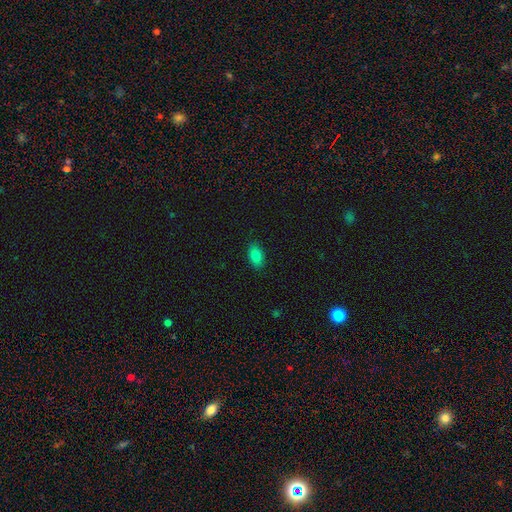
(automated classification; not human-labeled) Smooth or featured? smooth (84%)
How rounded? in between (91%)
Merging? none (87%)